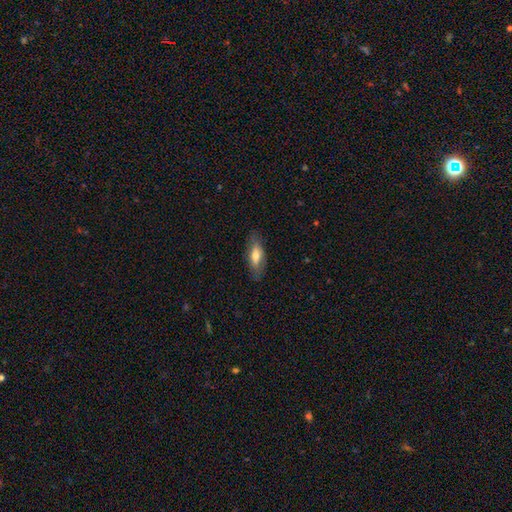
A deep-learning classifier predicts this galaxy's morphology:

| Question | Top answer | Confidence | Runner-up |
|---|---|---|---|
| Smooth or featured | smooth | 63% | featured or disk (31%) |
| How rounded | in between | 68% | cigar-shaped (29%) |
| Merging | none | 81% | minor disturbance (15%) |